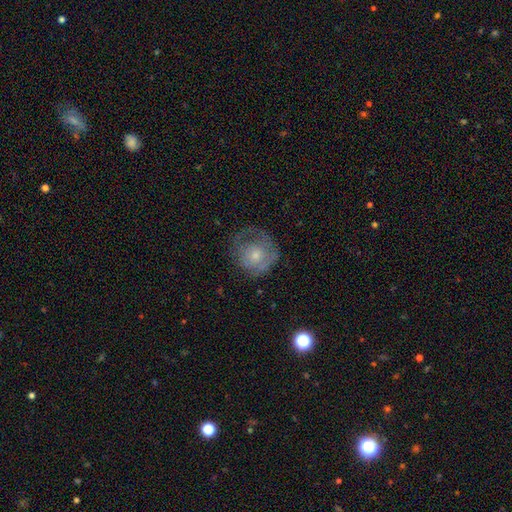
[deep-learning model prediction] Smooth or featured: smooth — 50% (featured or disk — 42%)
How rounded: round — 82% (in between — 17%)
Merging: none — 47% (major disturbance — 27%)